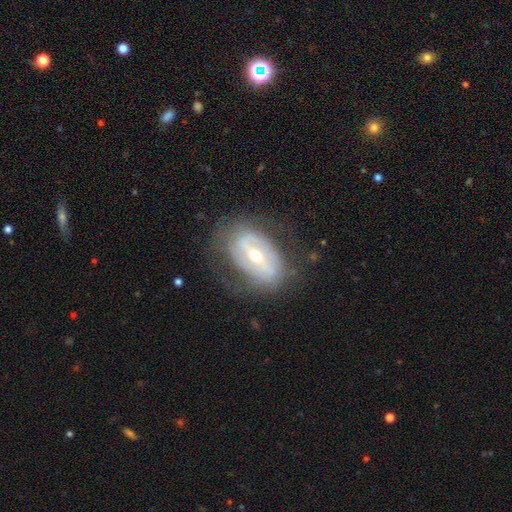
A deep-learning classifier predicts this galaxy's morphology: Smooth or featured?
  - featured or disk: 77% *
  - smooth: 17%
  - star or artifact: 7%
Edge-on disk?
  - no: 92% *
  - yes: 8%
Bar?
  - strong: 52% *
  - weak: 33%
  - no: 15%
Spiral arms?
  - yes: 65% *
  - no: 35%
Bulge size?
  - moderate: 57% *
  - small: 38%
  - large: 3%
  - dominant: 1%
  - none: 1%
Merging?
  - none: 66% *
  - minor disturbance: 21%
  - major disturbance: 12%
  - merger: 1%